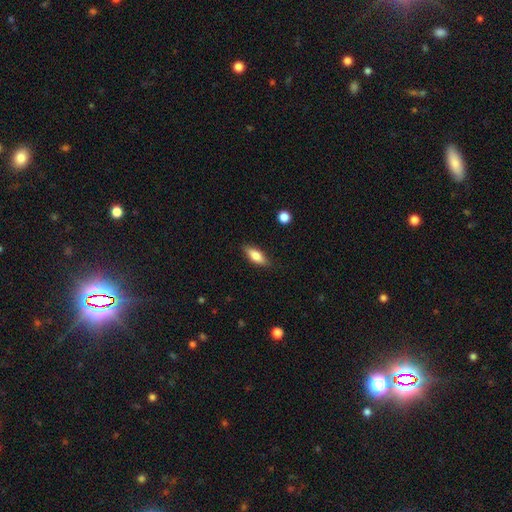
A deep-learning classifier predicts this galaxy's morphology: Smooth or featured? Predicted: smooth (p=0.74). How rounded? Predicted: in between (p=0.68). Merging? Predicted: none (p=0.85).